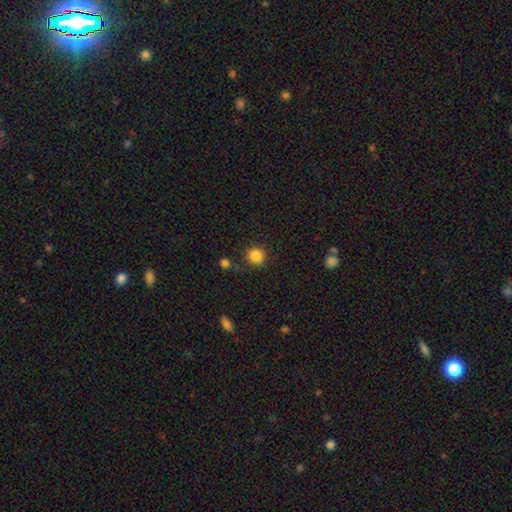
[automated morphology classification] Smooth or featured?
  - smooth: 86% *
  - star or artifact: 10%
  - featured or disk: 3%
How rounded?
  - round: 93% *
  - in between: 6%
  - cigar-shaped: 1%
Merging?
  - none: 86% *
  - minor disturbance: 8%
  - merger: 3%
  - major disturbance: 3%